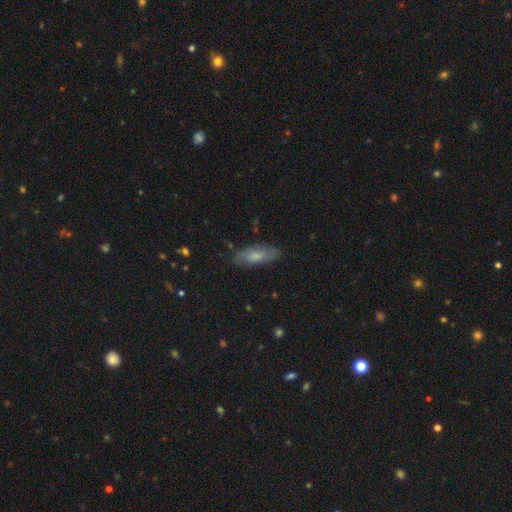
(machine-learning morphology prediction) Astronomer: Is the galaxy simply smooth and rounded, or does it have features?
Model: smooth — 66%.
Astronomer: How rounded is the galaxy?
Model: in between — 70%.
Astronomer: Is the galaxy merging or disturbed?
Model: none — 79%.